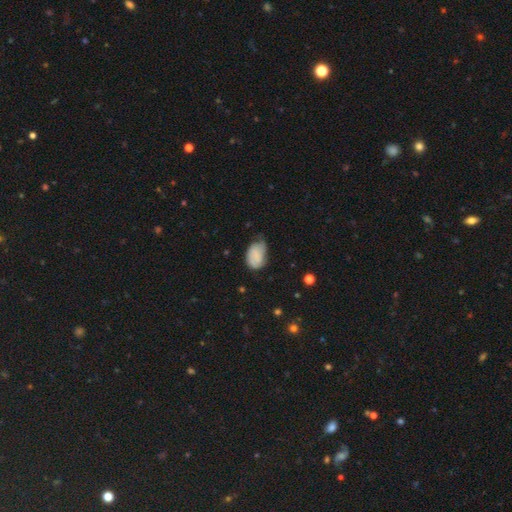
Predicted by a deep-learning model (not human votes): Q: Smooth or featured?
A: smooth (75%); runner-up: featured or disk (17%)
Q: How rounded?
A: in between (88%); runner-up: round (11%)
Q: Merging?
A: minor disturbance (46%); runner-up: none (39%)